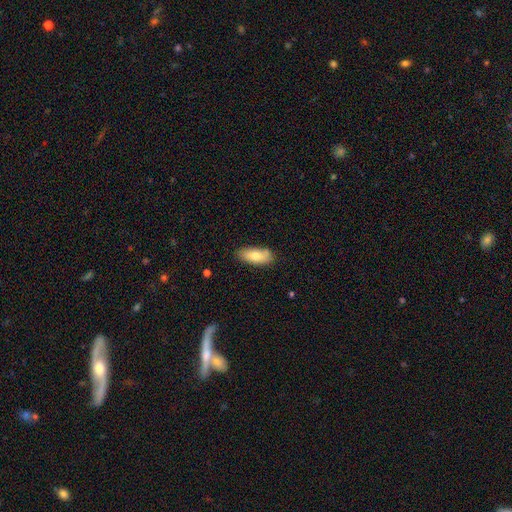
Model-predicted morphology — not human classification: Smooth or featured?
  - smooth: 75% *
  - featured or disk: 18%
  - star or artifact: 7%
How rounded?
  - in between: 83% *
  - cigar-shaped: 14%
  - round: 3%
Merging?
  - none: 79% *
  - minor disturbance: 16%
  - major disturbance: 3%
  - merger: 2%